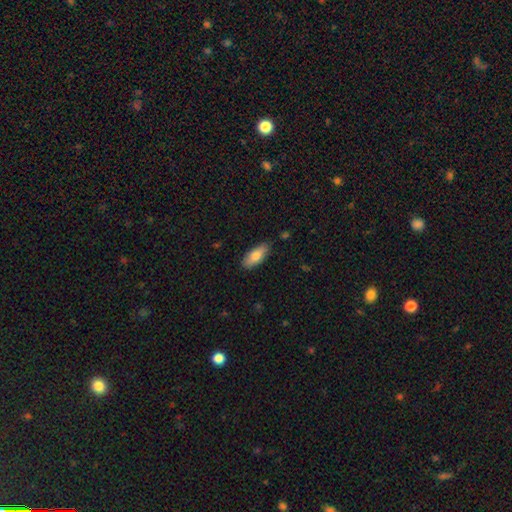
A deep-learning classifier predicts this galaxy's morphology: Smooth or featured? Predicted: smooth (p=0.78). How rounded? Predicted: in between (p=0.80). Merging? Predicted: none (p=0.84).